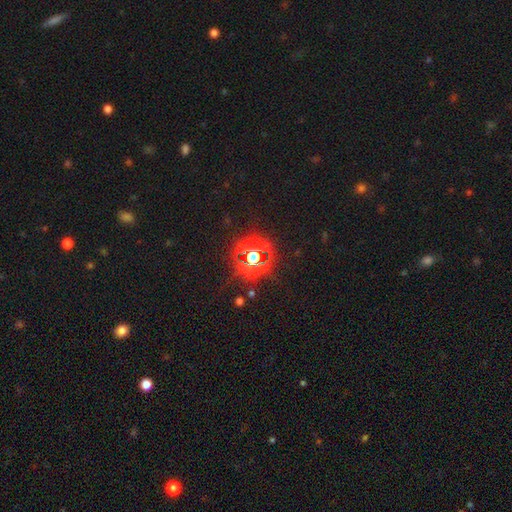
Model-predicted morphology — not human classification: smooth-or-featured: star or artifact: 74% | smooth: 17% | featured or disk: 9%